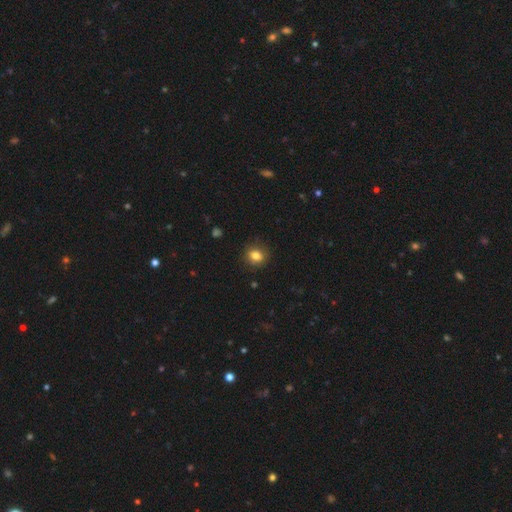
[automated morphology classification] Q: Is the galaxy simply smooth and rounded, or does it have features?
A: smooth — 82%.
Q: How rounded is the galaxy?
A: round — 60%.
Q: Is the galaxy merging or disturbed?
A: none — 86%.